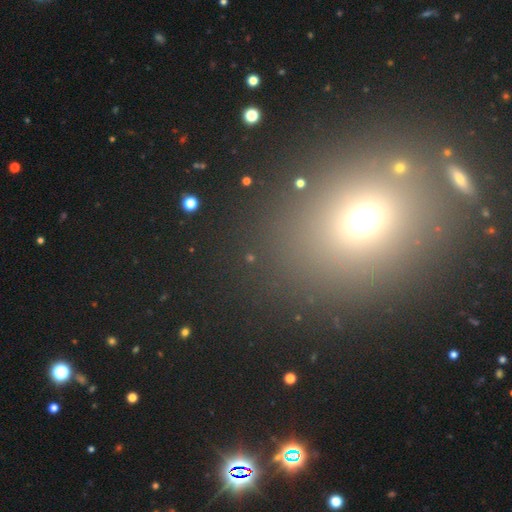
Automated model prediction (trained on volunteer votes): A smooth galaxy with no disk features (50%). Merging: none (84%).